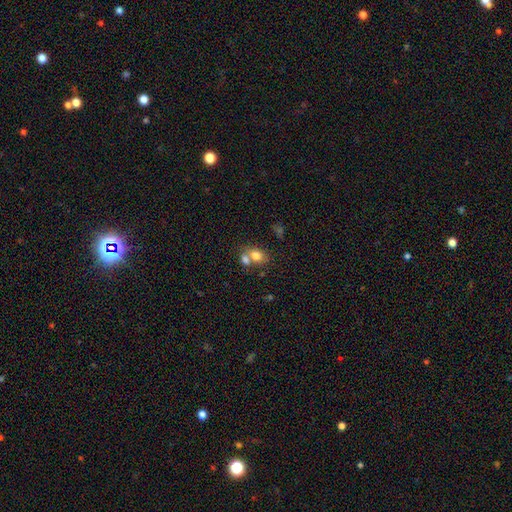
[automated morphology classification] Overall: smooth (77%). How rounded: in between (64%; round 35%). Merging: merger (50%; none 37%).